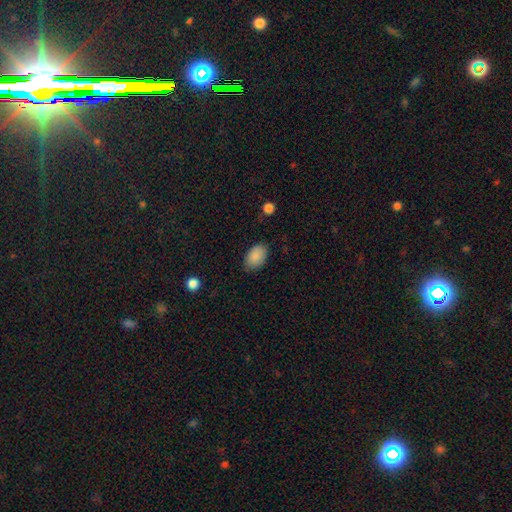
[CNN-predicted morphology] Smooth or featured?
  - smooth: 88% *
  - star or artifact: 7%
  - featured or disk: 5%
How rounded?
  - in between: 89% *
  - round: 10%
  - cigar-shaped: 1%
Merging?
  - none: 81% *
  - minor disturbance: 15%
  - major disturbance: 3%
  - merger: 1%